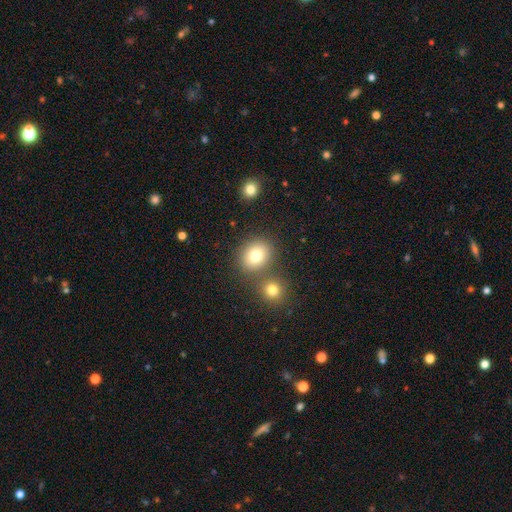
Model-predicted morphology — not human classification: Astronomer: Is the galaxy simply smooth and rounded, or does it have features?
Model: smooth — 79%.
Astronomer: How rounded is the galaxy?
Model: round — 66%.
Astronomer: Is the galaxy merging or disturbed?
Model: none — 69%.